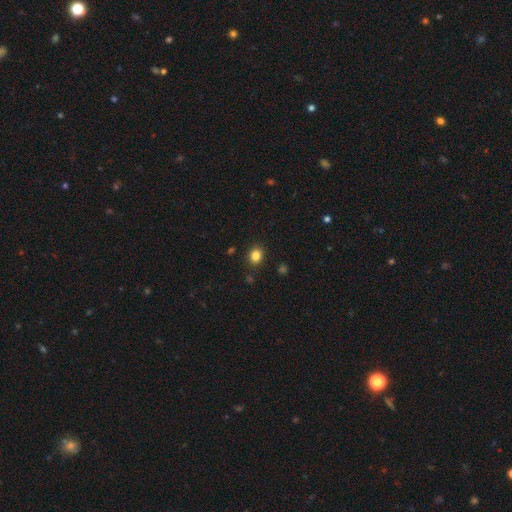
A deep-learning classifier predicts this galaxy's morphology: smooth_or_featured: smooth (p=0.84) [alt: star or artifact p=0.12]
how_rounded: round (p=0.63) [alt: in between p=0.36]
merging: none (p=0.89) [alt: minor disturbance p=0.07]